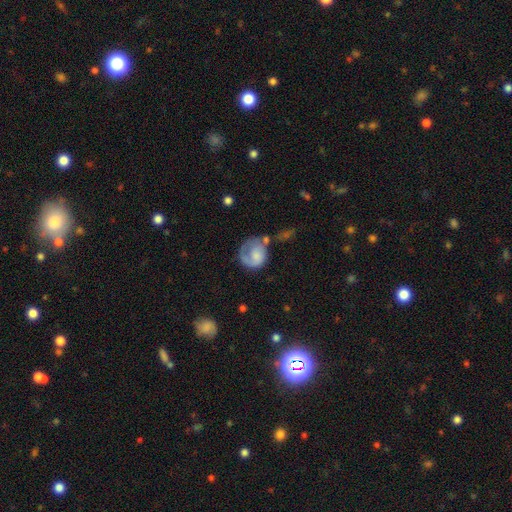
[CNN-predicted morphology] Smooth or featured: smooth — 48% (featured or disk — 46%)
Merging: none — 39% (major disturbance — 28%)